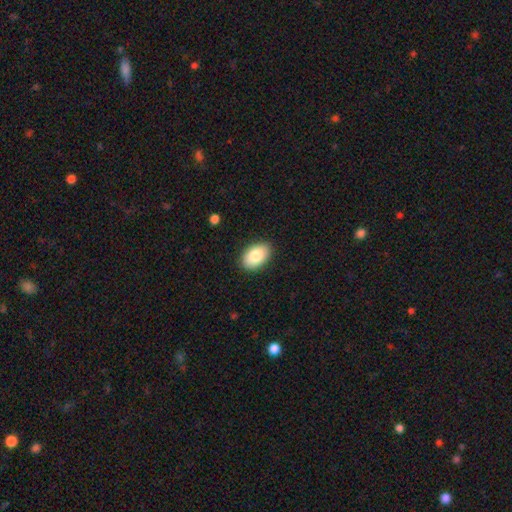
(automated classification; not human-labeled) Morphology: type=smooth (83%); roundness=in between (90%); merging=none (89%).